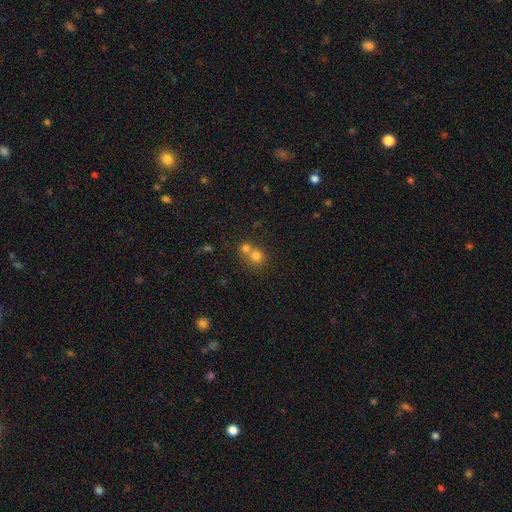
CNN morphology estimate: Smooth or featured?
  - smooth: 76% *
  - star or artifact: 13%
  - featured or disk: 10%
How rounded?
  - round: 85% *
  - in between: 14%
  - cigar-shaped: 1%
Merging?
  - merger: 50% *
  - none: 42%
  - minor disturbance: 5%
  - major disturbance: 3%